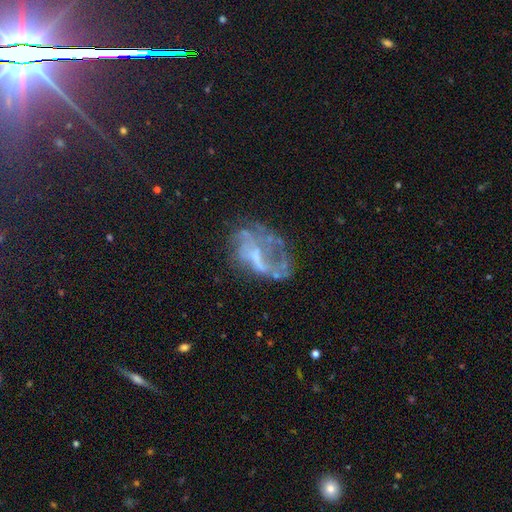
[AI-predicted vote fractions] Morphology: type=featured or disk (68%); edge-on=no (97%); bar=no (61%); spiral arms=no (55%); bulge=none (50%); merging=none (40%).